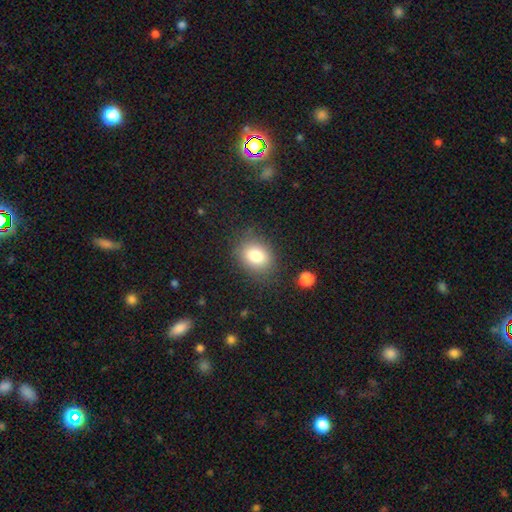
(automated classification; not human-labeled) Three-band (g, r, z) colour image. It shows a smooth galaxy with no disk features (81%) that is in between round and cigar-shaped (53%). Merging: none (80%).